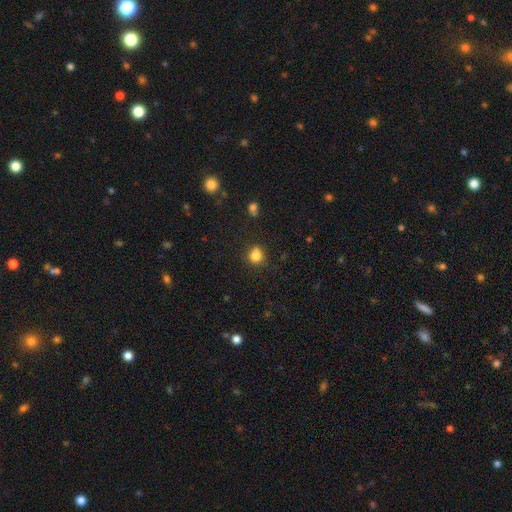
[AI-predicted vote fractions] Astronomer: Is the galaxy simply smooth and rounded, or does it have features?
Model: smooth — 81%.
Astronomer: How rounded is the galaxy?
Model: round — 82%.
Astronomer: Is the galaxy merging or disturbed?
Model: none — 70%.